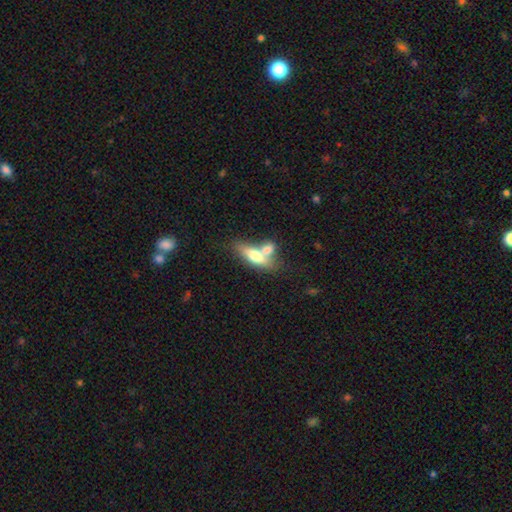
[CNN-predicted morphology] Overall: smooth (61%; featured or disk 32%). How rounded: in between (61%; cigar-shaped 34%). Merging: merger (53%; none 32%).